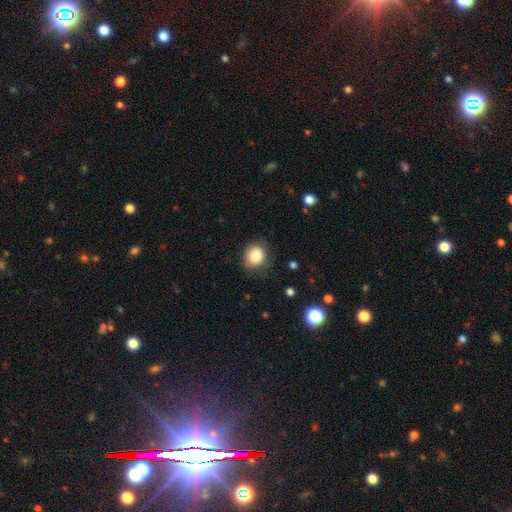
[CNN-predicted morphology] Smooth or featured? Predicted: smooth (p=0.87). How rounded? Predicted: round (p=0.72). Merging? Predicted: none (p=0.78).